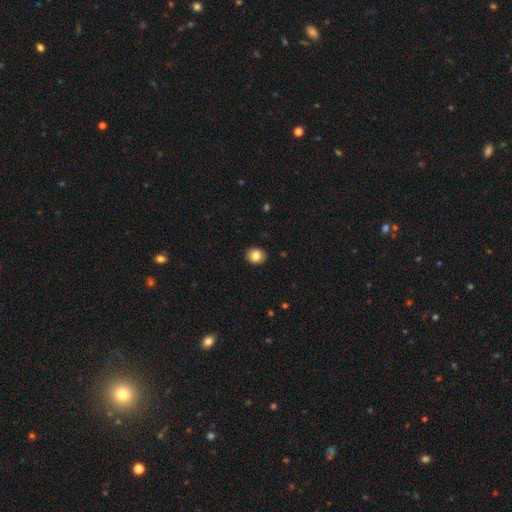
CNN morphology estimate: The model was most divided on "how rounded": round: 63%, in between: 36%, cigar-shaped: 1%. More confident: merging — none (91%); smooth or featured — smooth (83%).